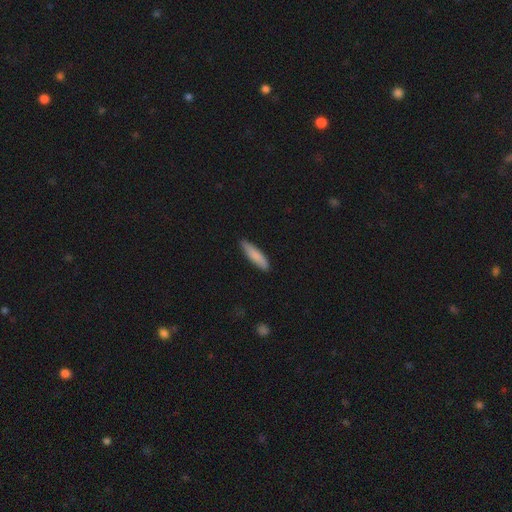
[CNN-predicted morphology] A smooth galaxy with no disk features (84%) that is cigar-shaped (76%). Merging: none (86%).